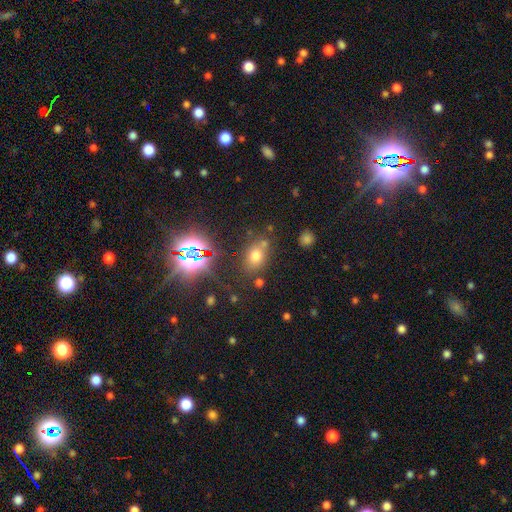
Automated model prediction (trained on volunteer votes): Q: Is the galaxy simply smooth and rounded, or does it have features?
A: smooth — 64%.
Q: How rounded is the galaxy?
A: in between — 65%.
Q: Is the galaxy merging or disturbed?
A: none — 68%.